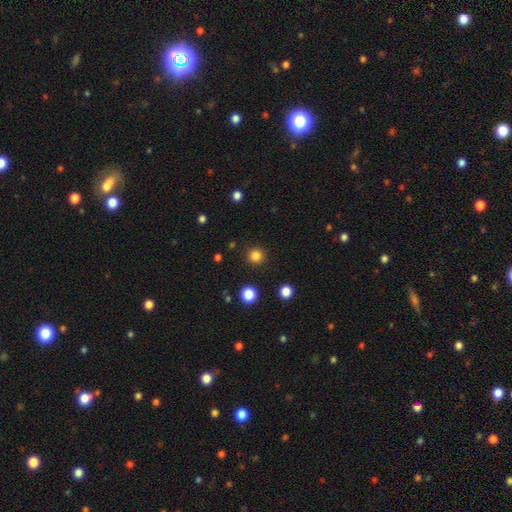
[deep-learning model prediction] smooth_or_featured: smooth (p=0.83) [alt: star or artifact p=0.13]
how_rounded: round (p=0.95) [alt: in between p=0.04]
merging: none (p=0.92) [alt: minor disturbance p=0.05]